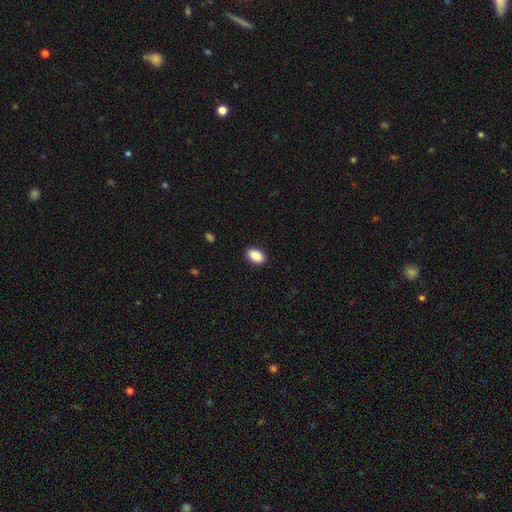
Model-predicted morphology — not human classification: A smooth galaxy with no disk features (89%) that is in between round and cigar-shaped (91%).

Vote fractions:
- Smooth or featured? smooth: 89% / star or artifact: 7% / featured or disk: 4%
- How rounded? in between: 91% / round: 7% / cigar-shaped: 2%
- Merging? none: 90% / minor disturbance: 7% / major disturbance: 2% / merger: 1%